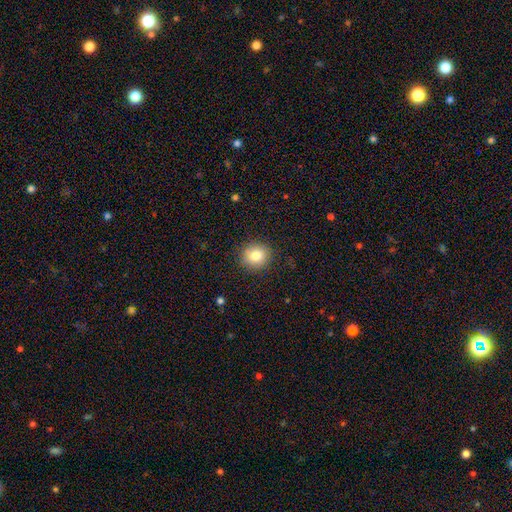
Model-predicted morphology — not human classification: Smooth or featured? Predicted: smooth (p=0.82). How rounded? Predicted: round (p=0.87). Merging? Predicted: none (p=0.90).